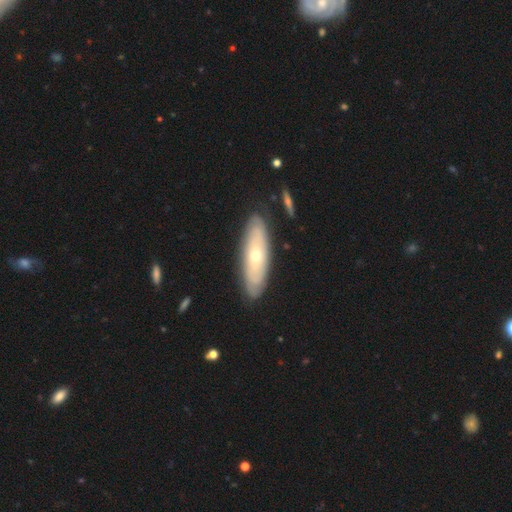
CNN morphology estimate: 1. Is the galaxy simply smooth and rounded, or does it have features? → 61% featured or disk, 33% smooth, 6% star or artifact.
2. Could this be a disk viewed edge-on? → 74% no, 26% yes.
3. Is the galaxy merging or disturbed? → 84% none, 11% minor disturbance, 3% major disturbance, 2% merger.